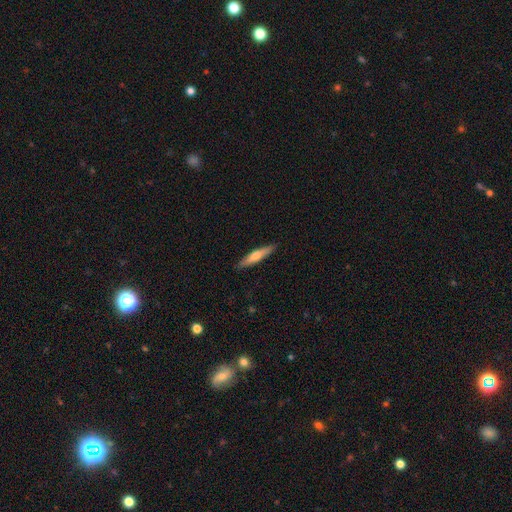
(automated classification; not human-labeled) Smooth or featured: smooth — 58% (featured or disk — 37%)
How rounded: cigar-shaped — 89% (in between — 9%)
Merging: none — 90% (minor disturbance — 7%)